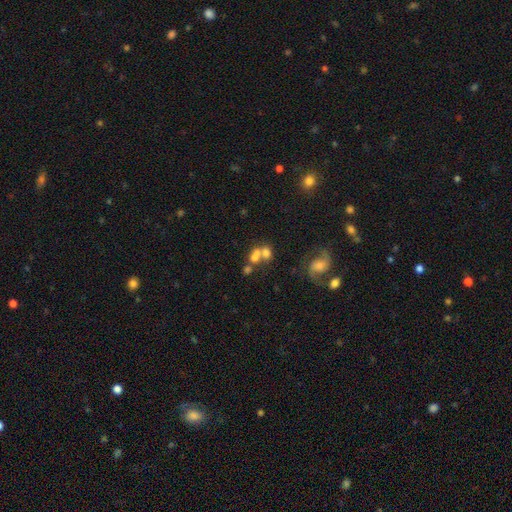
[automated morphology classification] Q: Smooth or featured?
A: smooth (60%); runner-up: featured or disk (26%)
Q: How rounded?
A: in between (51%); runner-up: round (47%)
Q: Merging?
A: merger (59%); runner-up: none (25%)